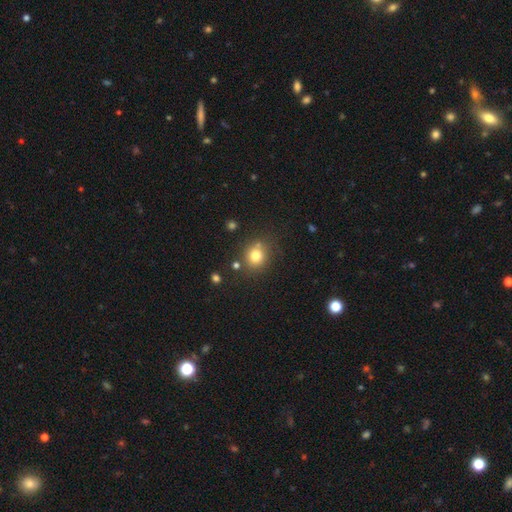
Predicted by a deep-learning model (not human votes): Morphology: type=smooth (79%); roundness=round (80%); merging=none (74%).